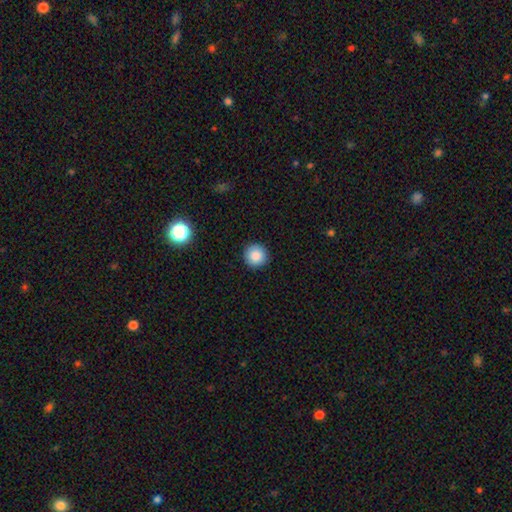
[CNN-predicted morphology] smooth_or_featured: smooth (p=0.85) [alt: star or artifact p=0.10]
how_rounded: round (p=0.95) [alt: in between p=0.04]
merging: none (p=0.92) [alt: minor disturbance p=0.05]